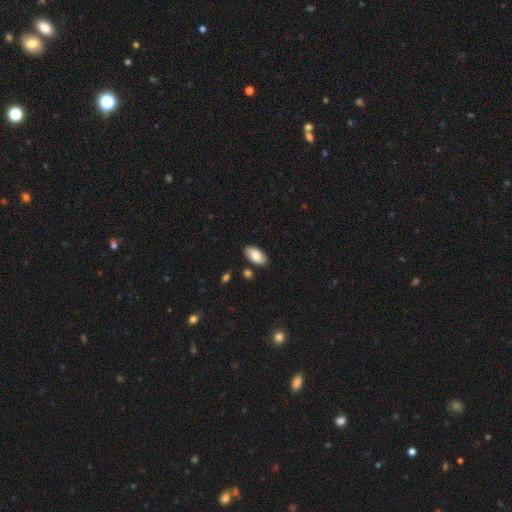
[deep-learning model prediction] The model was most divided on "smooth or featured": smooth: 81%, featured or disk: 12%, star or artifact: 6%. More confident: how rounded — in between (95%); merging — none (84%).